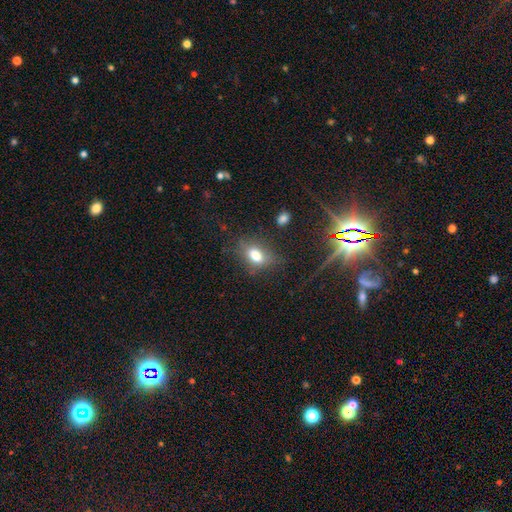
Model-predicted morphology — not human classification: This appears to be a smooth galaxy with no disk features (75%) that is in between round and cigar-shaped (81%). Merging: none (65%).